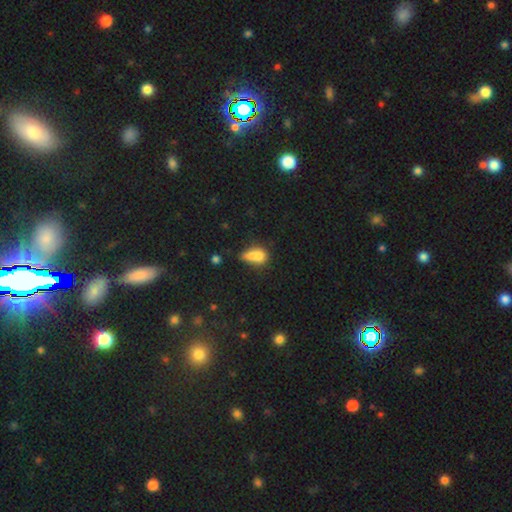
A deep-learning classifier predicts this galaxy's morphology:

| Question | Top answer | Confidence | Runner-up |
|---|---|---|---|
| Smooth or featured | smooth | 72% | featured or disk (16%) |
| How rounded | in between | 71% | round (19%) |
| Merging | merger | 41% | none (26%) |